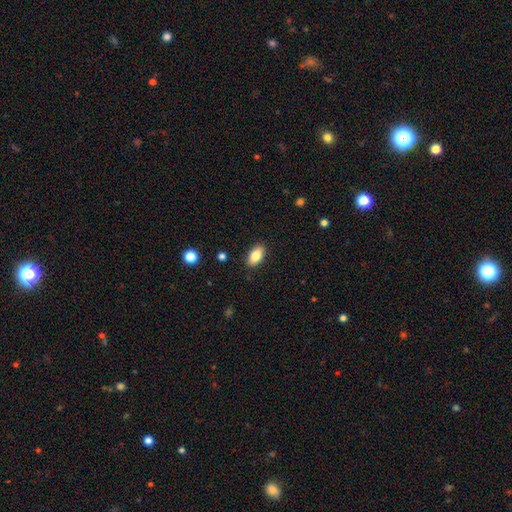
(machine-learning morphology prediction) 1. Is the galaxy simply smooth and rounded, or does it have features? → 82% smooth, 10% featured or disk, 7% star or artifact.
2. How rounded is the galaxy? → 91% in between, 5% cigar-shaped, 4% round.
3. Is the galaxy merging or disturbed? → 88% none, 8% minor disturbance, 2% major disturbance, 1% merger.